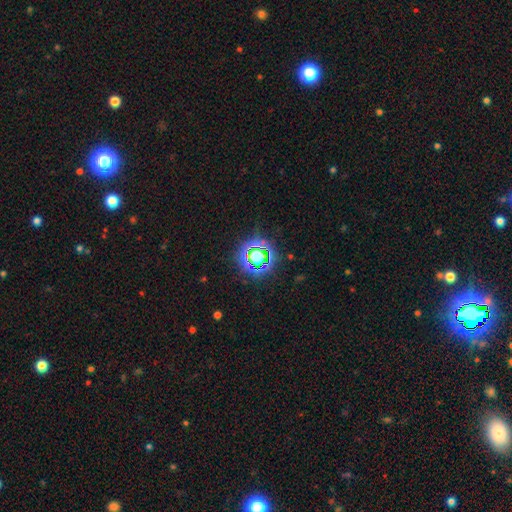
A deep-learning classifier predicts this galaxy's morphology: This appears to be a star or artifact, not a galaxy (52%).